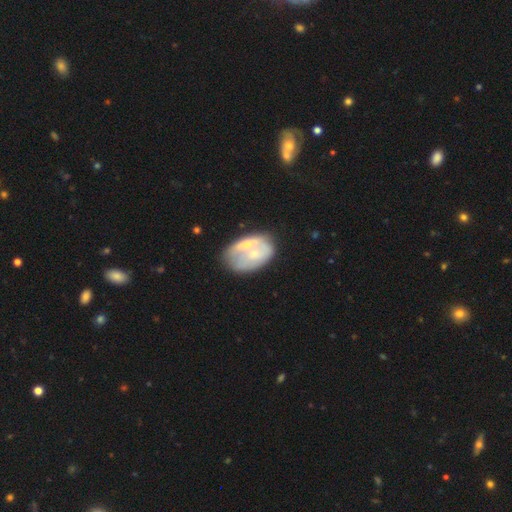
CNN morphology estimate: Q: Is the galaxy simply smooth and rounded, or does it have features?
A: featured or disk — 50%.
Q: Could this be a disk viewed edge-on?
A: no — 97%.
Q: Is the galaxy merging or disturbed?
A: merger — 33%.